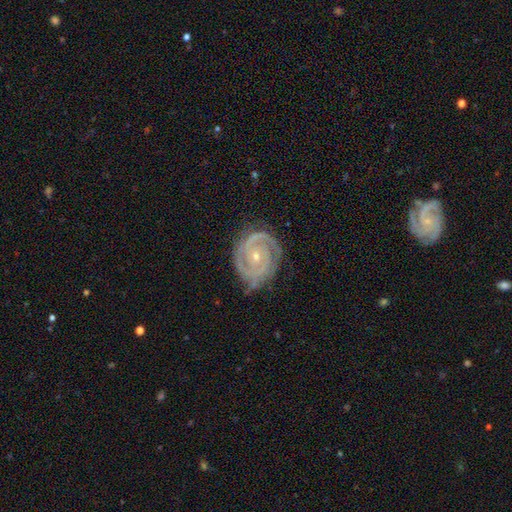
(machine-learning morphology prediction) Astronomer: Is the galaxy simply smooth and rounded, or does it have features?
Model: featured or disk — 91%.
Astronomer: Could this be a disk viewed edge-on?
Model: no — 98%.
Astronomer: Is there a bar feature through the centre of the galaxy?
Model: no — 70%.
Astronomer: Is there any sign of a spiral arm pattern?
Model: yes — 98%.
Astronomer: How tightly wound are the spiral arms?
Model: tight — 76%.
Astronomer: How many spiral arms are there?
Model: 2 — 71%.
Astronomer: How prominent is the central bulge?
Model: small — 70%.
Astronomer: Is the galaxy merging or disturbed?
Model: none — 78%.